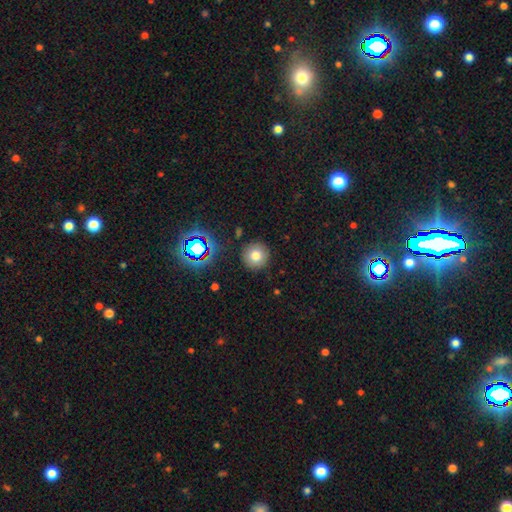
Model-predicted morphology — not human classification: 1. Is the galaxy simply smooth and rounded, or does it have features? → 74% smooth, 16% star or artifact, 10% featured or disk.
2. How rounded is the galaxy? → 95% round, 4% in between, 1% cigar-shaped.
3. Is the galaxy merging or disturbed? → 89% none, 7% minor disturbance, 2% major disturbance, 2% merger.